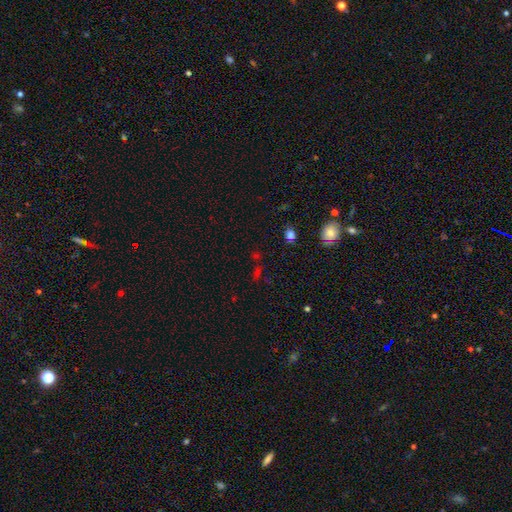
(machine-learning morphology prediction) star or artifact 51%, smooth 40%, featured or disk 9%.